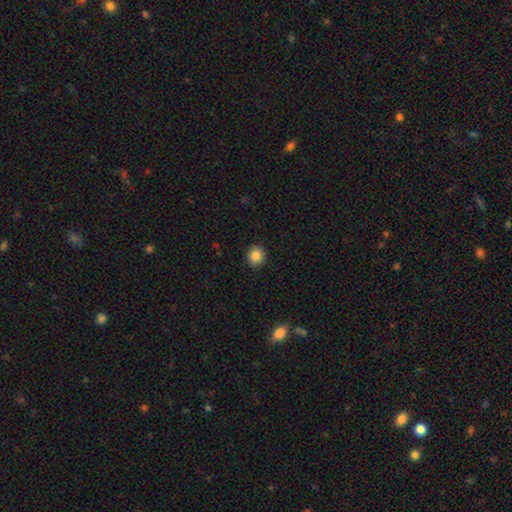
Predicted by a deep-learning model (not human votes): The model was most divided on "smooth or featured": smooth: 86%, star or artifact: 10%, featured or disk: 4%. More confident: merging — none (92%); how rounded — round (89%).